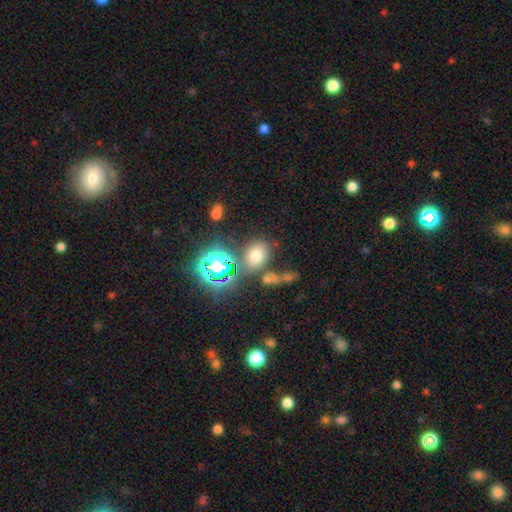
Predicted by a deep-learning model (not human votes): Smooth or featured?
  - smooth: 65% *
  - star or artifact: 25%
  - featured or disk: 9%
How rounded?
  - in between: 55% *
  - round: 44%
  - cigar-shaped: 2%
Merging?
  - none: 66% *
  - merger: 14%
  - minor disturbance: 13%
  - major disturbance: 7%